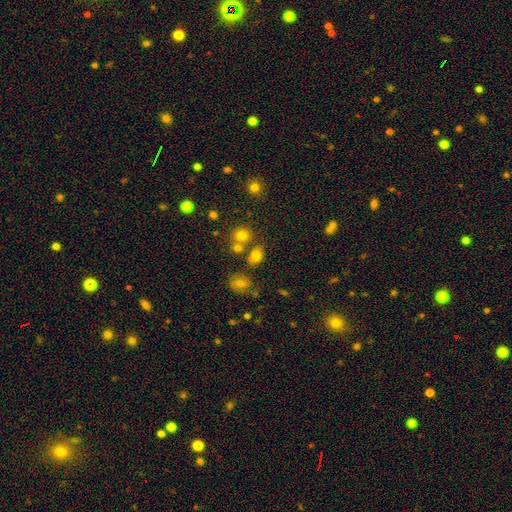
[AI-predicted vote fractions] Q: Smooth or featured?
A: smooth (76%); runner-up: star or artifact (15%)
Q: How rounded?
A: in between (53%); runner-up: round (46%)
Q: Merging?
A: none (62%); runner-up: merger (19%)